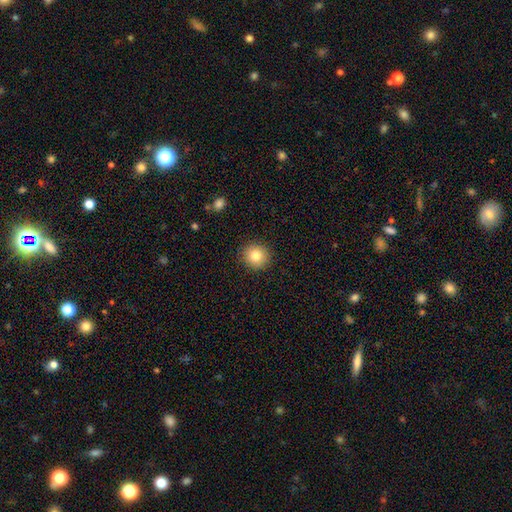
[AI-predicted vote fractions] smooth 82%, star or artifact 10%, featured or disk 9%. Down the decision tree: how rounded — round (92%); merging — none (91%).